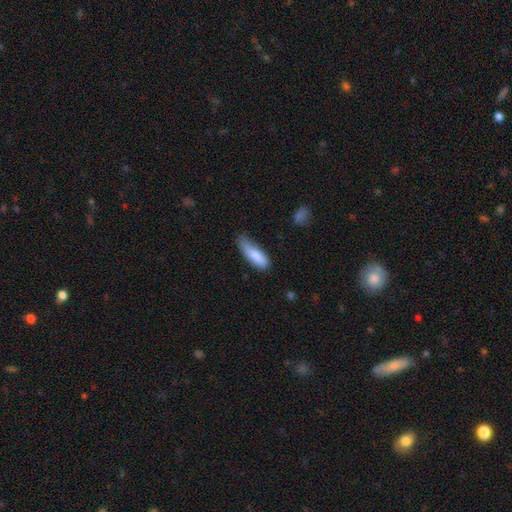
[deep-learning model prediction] Morphology: type=smooth (84%); roundness=in between (50%); merging=none (43%).